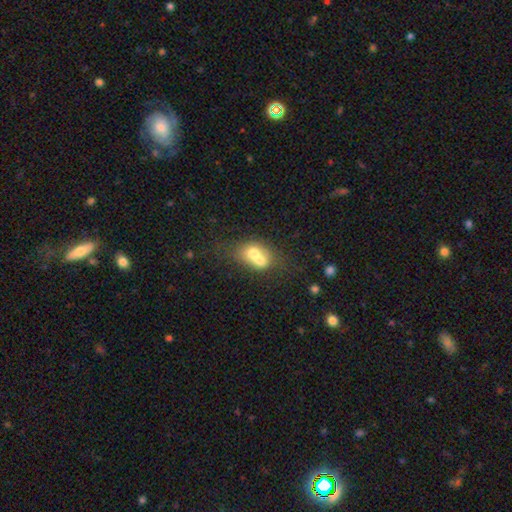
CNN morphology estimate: smooth-or-featured: smooth: 62% | featured or disk: 28% | star or artifact: 9%
  how-rounded: in between: 60% | round: 38% | cigar-shaped: 2%
  merging: merger: 70% | none: 19% | minor disturbance: 7% | major disturbance: 4%